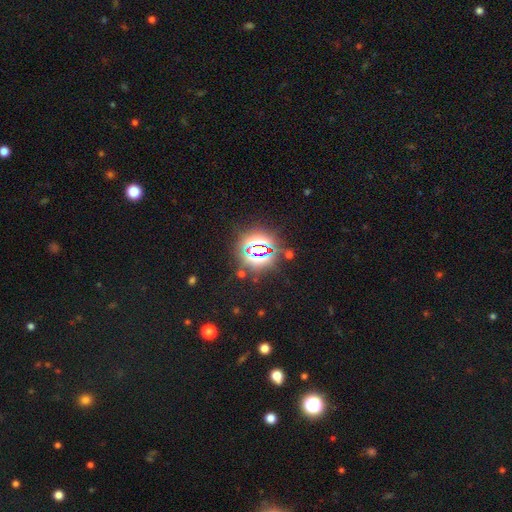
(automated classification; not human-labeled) Morphology: type=star or artifact (79%).